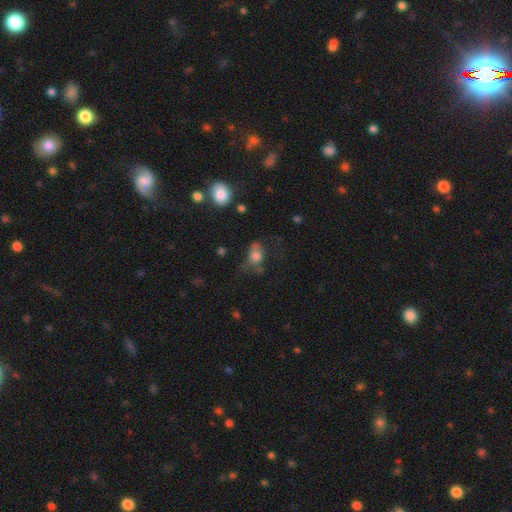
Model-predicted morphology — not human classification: type=smooth (70%); roundness=in between (65%); merging=none (36%).